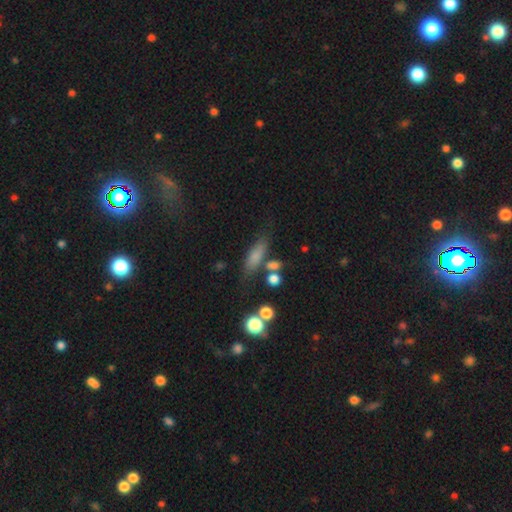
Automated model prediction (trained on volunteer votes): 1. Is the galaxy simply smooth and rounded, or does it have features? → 76% smooth, 14% featured or disk, 10% star or artifact.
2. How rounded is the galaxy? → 50% in between, 45% cigar-shaped, 6% round.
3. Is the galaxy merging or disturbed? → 66% none, 16% minor disturbance, 11% merger, 7% major disturbance.